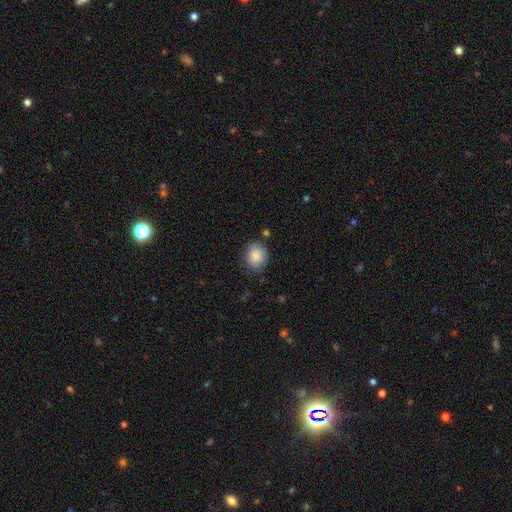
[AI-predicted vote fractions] The model was most divided on "how rounded": round: 64%, in between: 35%, cigar-shaped: 1%. More confident: smooth or featured — smooth (86%); merging — none (80%).